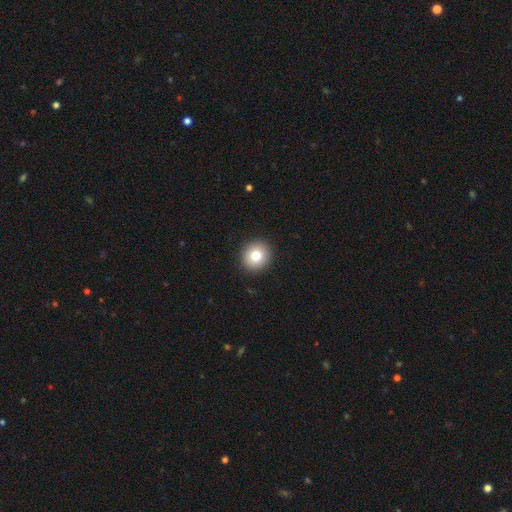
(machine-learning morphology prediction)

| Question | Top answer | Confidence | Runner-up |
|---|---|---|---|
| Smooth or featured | smooth | 83% | star or artifact (9%) |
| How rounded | round | 89% | in between (10%) |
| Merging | none | 92% | minor disturbance (5%) |